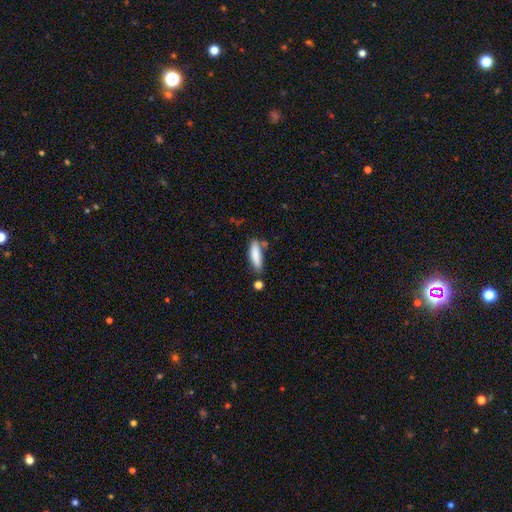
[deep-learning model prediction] A smooth galaxy with no disk features (84%) that is cigar-shaped (55%). Merging: none (66%).